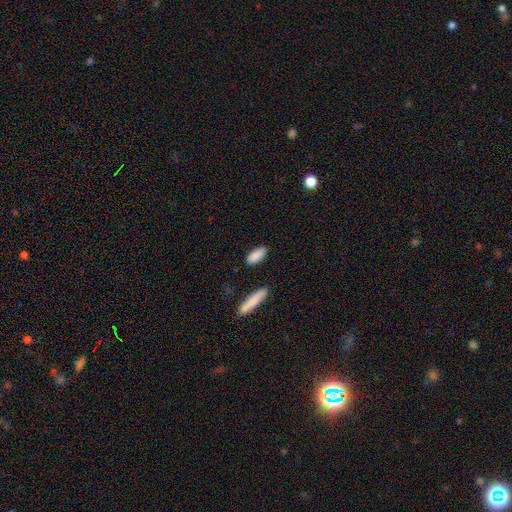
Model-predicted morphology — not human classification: Smooth or featured? smooth (89%)
How rounded? in between (83%)
Merging? none (86%)